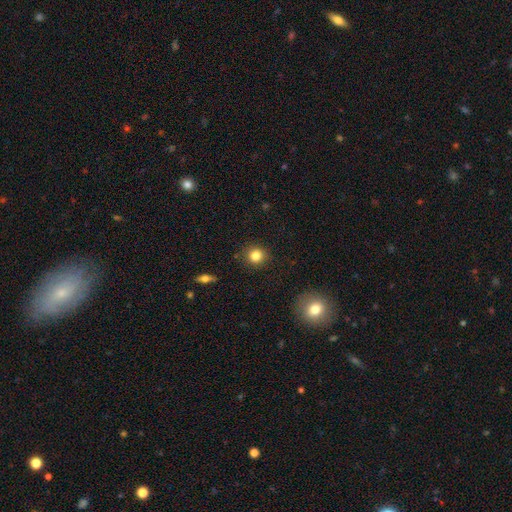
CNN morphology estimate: Smooth or featured: smooth — 83% (star or artifact — 11%)
How rounded: round — 89% (in between — 10%)
Merging: none — 90% (minor disturbance — 7%)